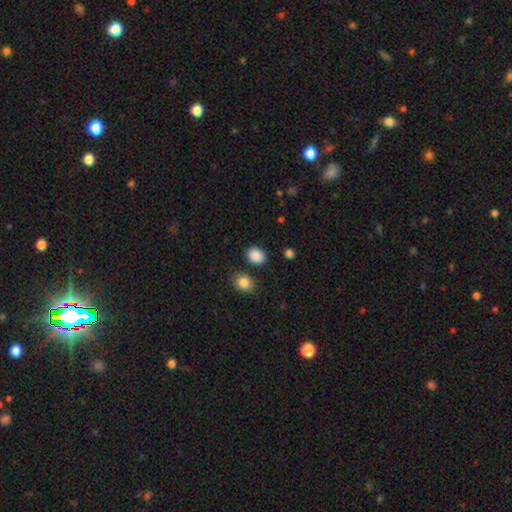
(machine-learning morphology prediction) Smooth or featured? Predicted: smooth (p=0.89). How rounded? Predicted: in between (p=0.59). Merging? Predicted: none (p=0.83).